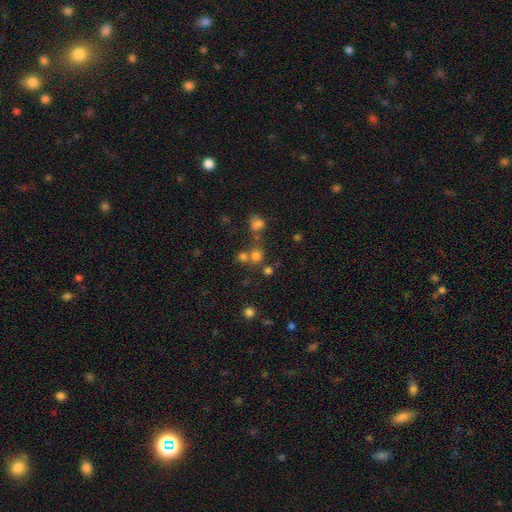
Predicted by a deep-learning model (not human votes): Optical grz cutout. It shows a smooth galaxy with no disk features (68%) that is round (88%). Merging: none (61%).